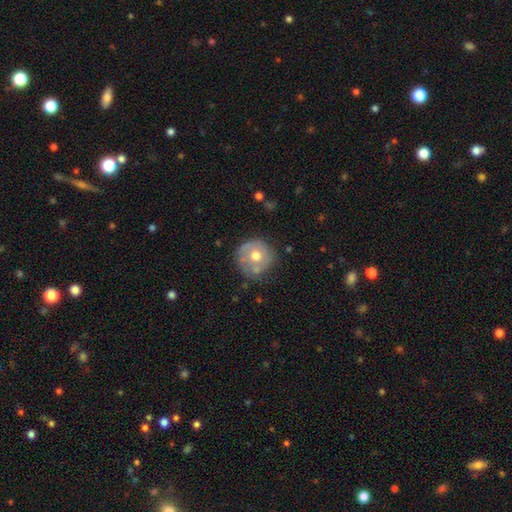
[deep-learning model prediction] smooth-or-featured: smooth: 54% | featured or disk: 38% | star or artifact: 8%
  how-rounded: round: 92% | in between: 8% | cigar-shaped: 1%
  merging: none: 64% | minor disturbance: 23% | major disturbance: 8% | merger: 5%